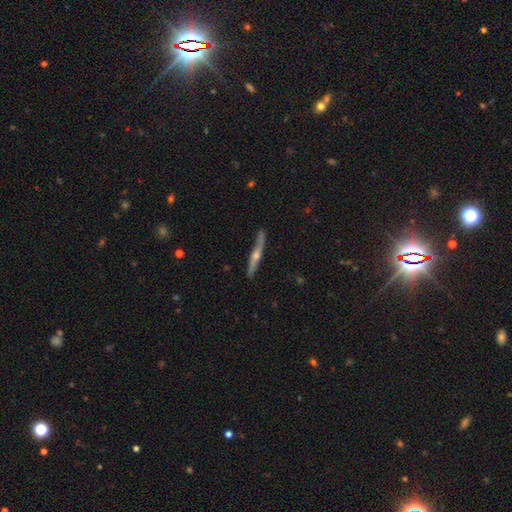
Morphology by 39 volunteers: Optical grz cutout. It shows a featured or disk galaxy (69%) viewed edge-on (96%) with a rounded central bulge (92%). Merging: none (89%).